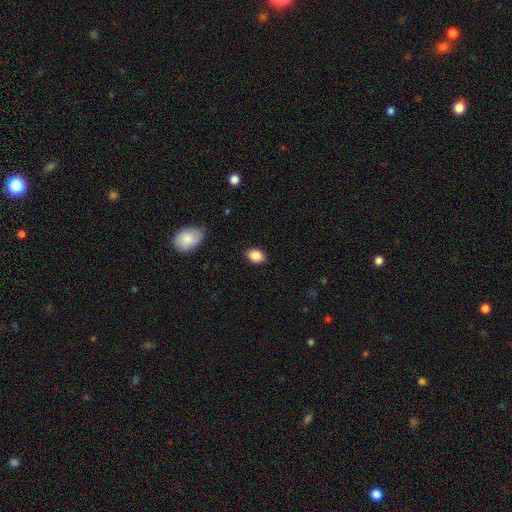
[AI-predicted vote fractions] smooth_or_featured: smooth (p=0.88) [alt: star or artifact p=0.08]
how_rounded: in between (p=0.80) [alt: round p=0.19]
merging: none (p=0.86) [alt: minor disturbance p=0.10]